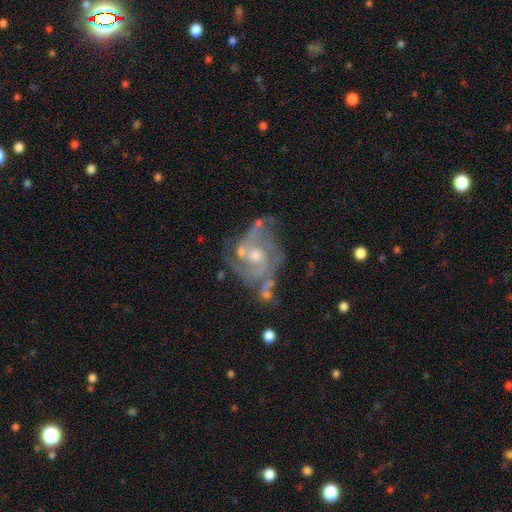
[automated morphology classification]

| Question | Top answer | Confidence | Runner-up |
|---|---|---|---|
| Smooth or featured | featured or disk | 87% | star or artifact (7%) |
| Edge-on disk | no | 98% | yes (2%) |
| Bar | no | 68% | weak (27%) |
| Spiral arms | yes | 93% | no (7%) |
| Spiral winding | medium | 47% | tight (39%) |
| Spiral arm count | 3 | 31% | 2 (26%) |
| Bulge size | moderate | 57% | small (37%) |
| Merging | none | 48% | minor disturbance (22%) |